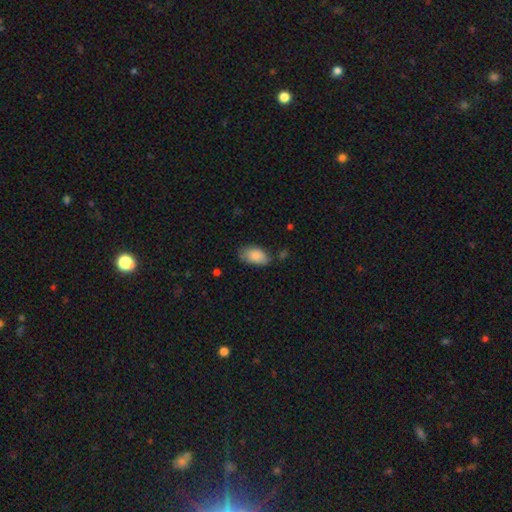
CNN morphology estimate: Smooth or featured: smooth — 86% (featured or disk — 7%)
How rounded: in between — 93% (round — 5%)
Merging: none — 65% (minor disturbance — 27%)